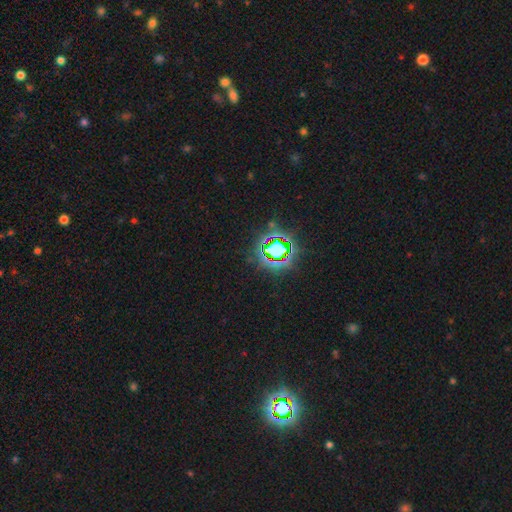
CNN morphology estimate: Overall: star or artifact (81%).